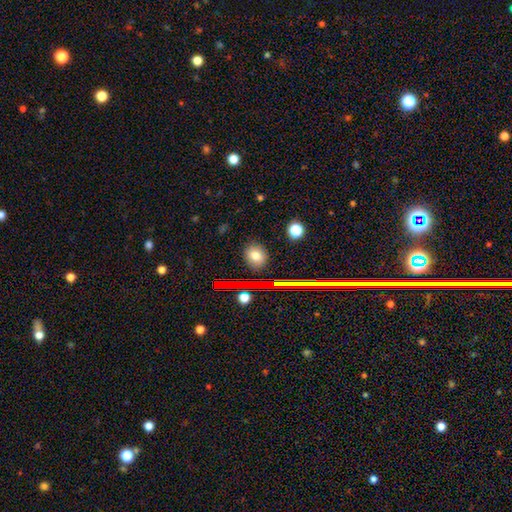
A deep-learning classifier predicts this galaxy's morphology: smooth-or-featured: smooth: 75% | star or artifact: 15% | featured or disk: 10%
  how-rounded: round: 69% | in between: 30% | cigar-shaped: 2%
  merging: none: 86% | minor disturbance: 9% | major disturbance: 3% | merger: 2%